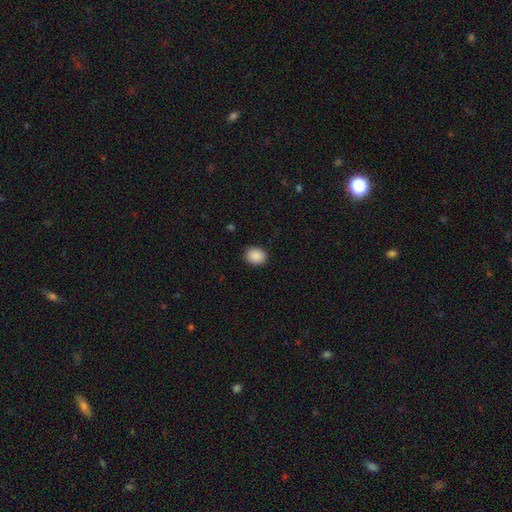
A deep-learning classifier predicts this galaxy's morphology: Smooth or featured: smooth — 89% (star or artifact — 8%)
How rounded: round — 59% (in between — 40%)
Merging: none — 90% (minor disturbance — 7%)